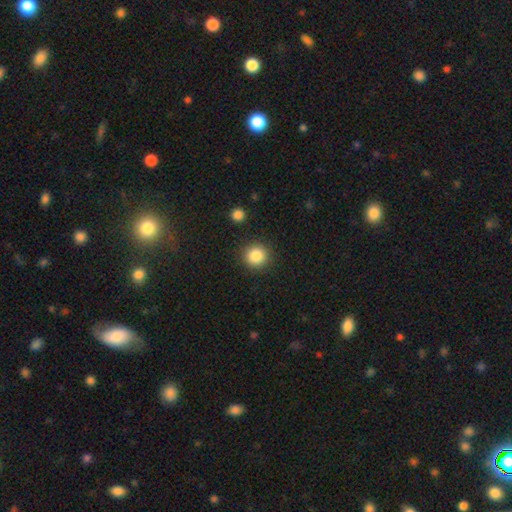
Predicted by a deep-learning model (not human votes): smooth 85%, star or artifact 10%, featured or disk 5%. Down the decision tree: how rounded — round (92%); merging — none (89%).